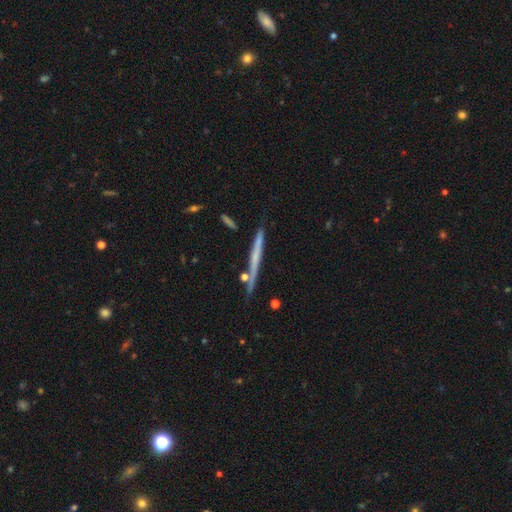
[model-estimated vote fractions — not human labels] smooth_or_featured: featured or disk (p=0.53) [alt: smooth p=0.40]
disk_edge_on: yes (p=0.96) [alt: no p=0.04]
edge_on_bulge: none (p=0.84) [alt: rounded p=0.12]
merging: none (p=0.82) [alt: minor disturbance p=0.11]